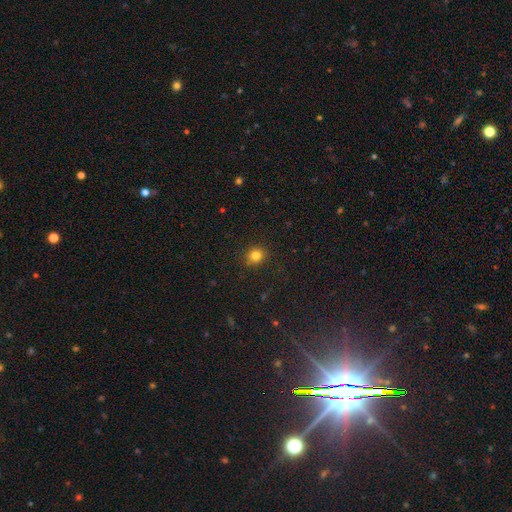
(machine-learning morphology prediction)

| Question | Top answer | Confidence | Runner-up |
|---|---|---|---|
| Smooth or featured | smooth | 81% | star or artifact (13%) |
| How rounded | round | 78% | in between (21%) |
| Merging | none | 88% | minor disturbance (9%) |